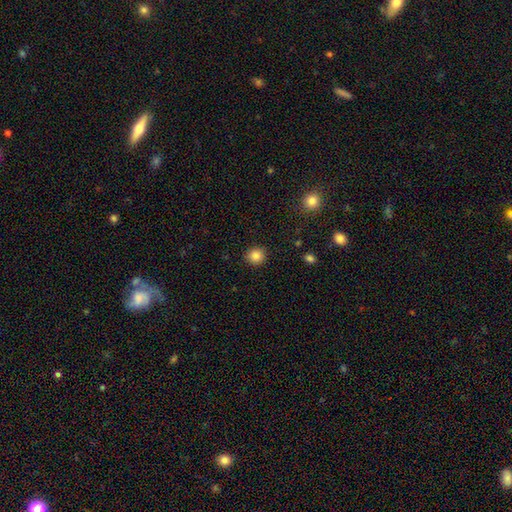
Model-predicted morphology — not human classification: Q: Smooth or featured?
A: smooth (84%); runner-up: star or artifact (11%)
Q: How rounded?
A: round (91%); runner-up: in between (8%)
Q: Merging?
A: none (91%); runner-up: minor disturbance (6%)